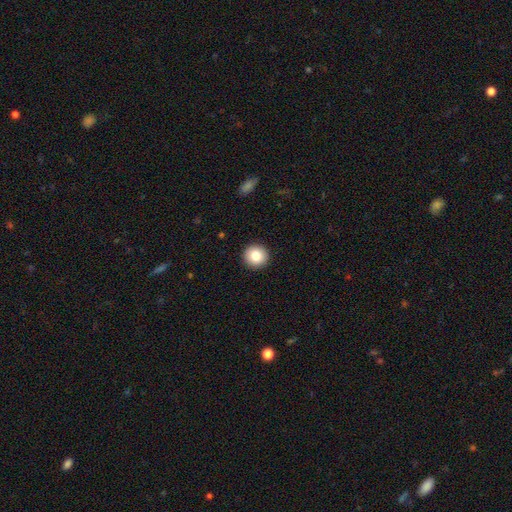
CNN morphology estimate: smooth_or_featured: smooth (p=0.83) [alt: star or artifact p=0.09]
how_rounded: round (p=0.95) [alt: in between p=0.04]
merging: none (p=0.93) [alt: minor disturbance p=0.04]